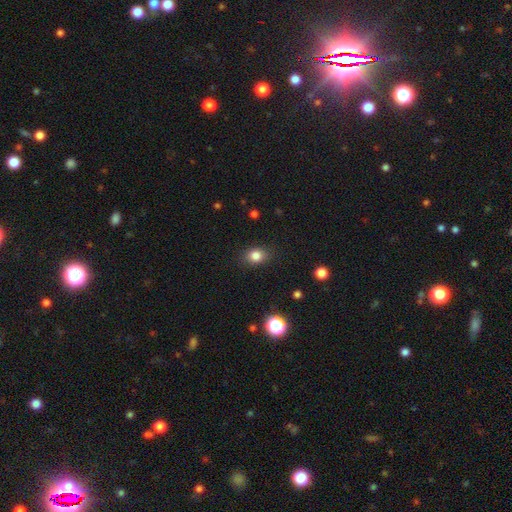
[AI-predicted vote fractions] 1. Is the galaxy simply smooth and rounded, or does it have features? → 82% smooth, 11% star or artifact, 6% featured or disk.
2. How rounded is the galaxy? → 57% in between, 41% round, 1% cigar-shaped.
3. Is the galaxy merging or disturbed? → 86% none, 10% minor disturbance, 3% major disturbance, 1% merger.